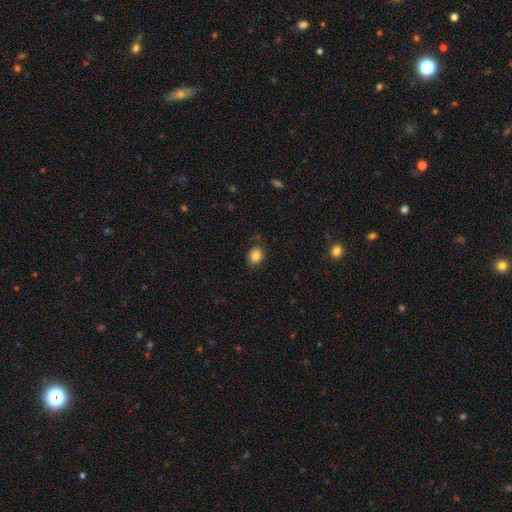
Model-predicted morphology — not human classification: Overall: smooth (82%). How rounded: round (55%; in between 44%). Merging: none (79%).